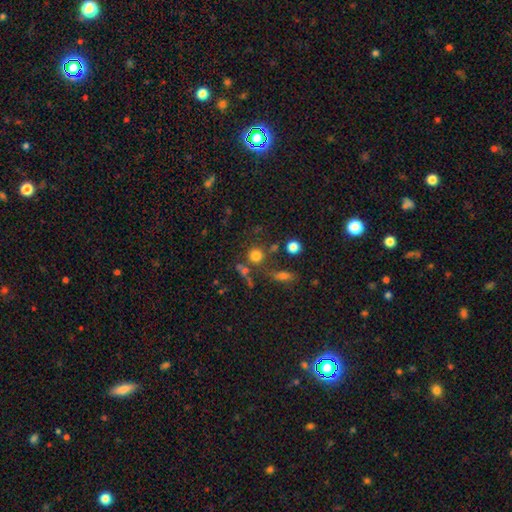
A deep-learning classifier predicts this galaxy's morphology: Smooth or featured?
  - smooth: 75% *
  - star or artifact: 16%
  - featured or disk: 9%
How rounded?
  - round: 90% *
  - in between: 9%
  - cigar-shaped: 1%
Merging?
  - none: 65% *
  - merger: 18%
  - minor disturbance: 10%
  - major disturbance: 6%